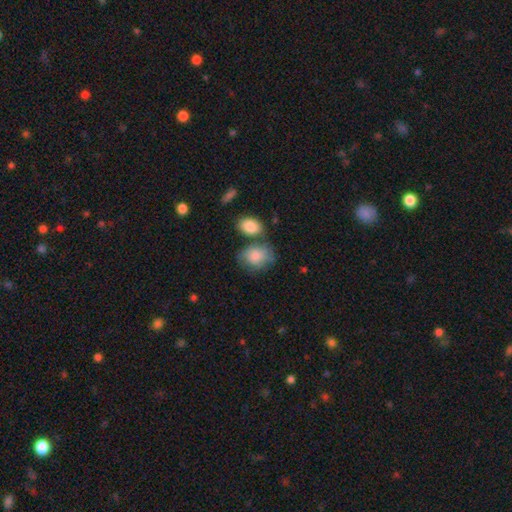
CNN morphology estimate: Smooth or featured? Predicted: smooth (p=0.79). How rounded? Predicted: in between (p=0.61). Merging? Predicted: none (p=0.47).